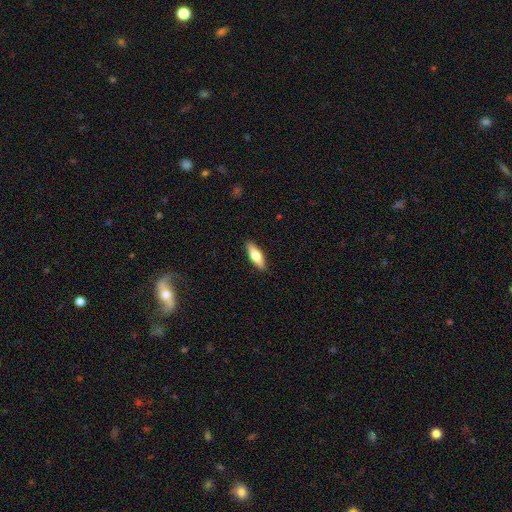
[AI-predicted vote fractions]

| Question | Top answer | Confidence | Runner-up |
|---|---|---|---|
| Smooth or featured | smooth | 66% | featured or disk (29%) |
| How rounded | in between | 52% | cigar-shaped (46%) |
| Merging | none | 90% | minor disturbance (7%) |